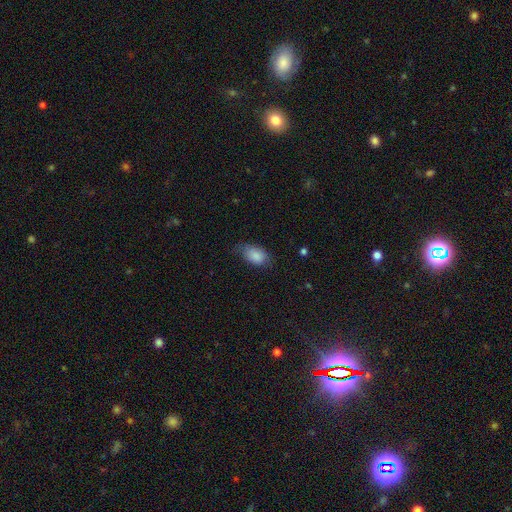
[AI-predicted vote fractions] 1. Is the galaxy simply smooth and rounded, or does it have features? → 86% smooth, 7% featured or disk, 7% star or artifact.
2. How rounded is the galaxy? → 89% in between, 9% round, 2% cigar-shaped.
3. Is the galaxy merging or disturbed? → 61% none, 29% minor disturbance, 9% major disturbance, 1% merger.